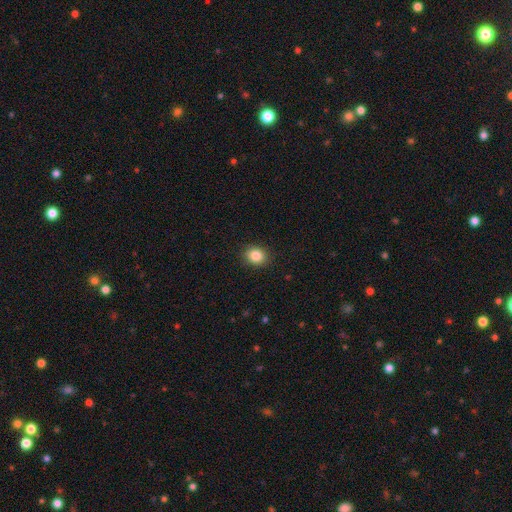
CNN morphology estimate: smooth_or_featured: smooth (p=0.85) [alt: star or artifact p=0.10]
how_rounded: round (p=0.66) [alt: in between p=0.34]
merging: none (p=0.90) [alt: minor disturbance p=0.07]